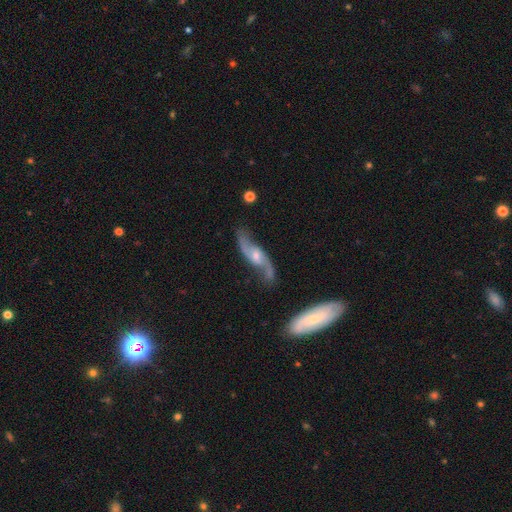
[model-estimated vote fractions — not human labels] Smooth or featured: featured or disk — 85% (smooth — 10%)
Edge-on disk: no — 87% (yes — 13%)
Bar: no — 55% (weak — 35%)
Spiral arms: yes — 95% (no — 5%)
Spiral winding: loose — 73% (medium — 21%)
Spiral arm count: 2 — 92% (can't tell — 3%)
Bulge size: moderate — 47% (small — 46%)
Merging: none — 67% (minor disturbance — 18%)